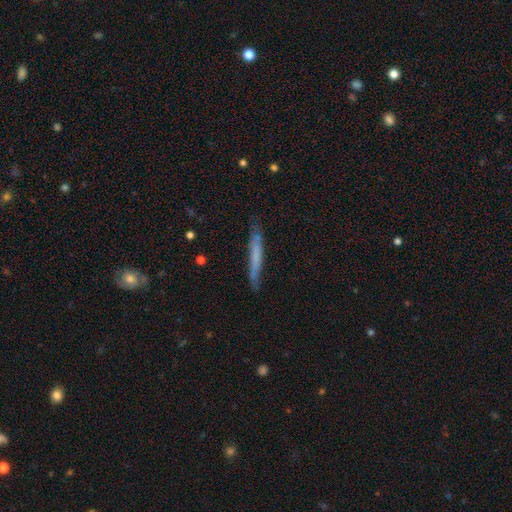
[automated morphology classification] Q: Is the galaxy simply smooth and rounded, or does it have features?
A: smooth — 55%.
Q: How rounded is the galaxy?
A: cigar-shaped — 96%.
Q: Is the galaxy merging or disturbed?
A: none — 80%.